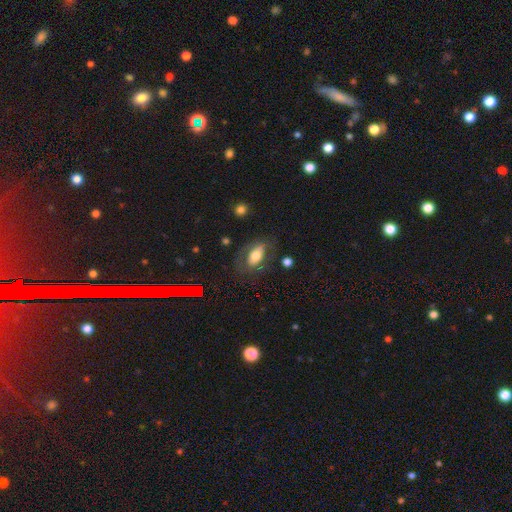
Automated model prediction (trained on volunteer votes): Overall: smooth (55%; featured or disk 36%). How rounded: in between (88%). Merging: none (62%).